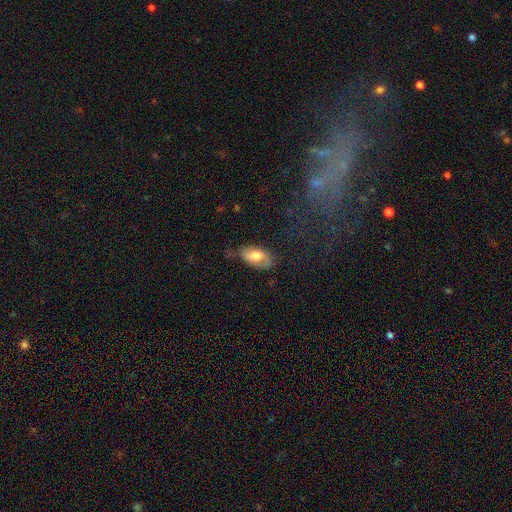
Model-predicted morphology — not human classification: Overall: smooth (61%; featured or disk 33%). How rounded: in between (92%). Merging: none (64%; minor disturbance 27%).